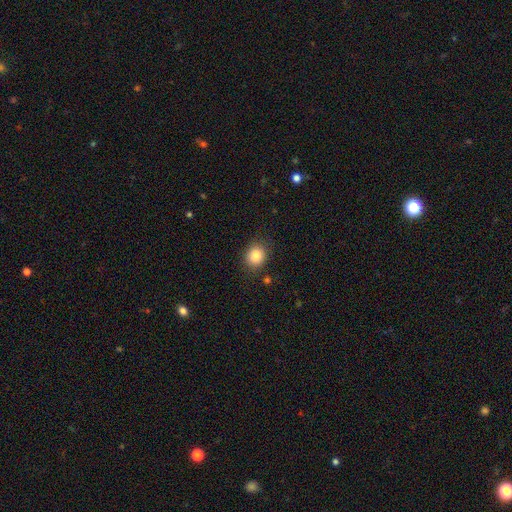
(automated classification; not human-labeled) A smooth galaxy with no disk features (83%) that is round (68%). Merging: none (86%).